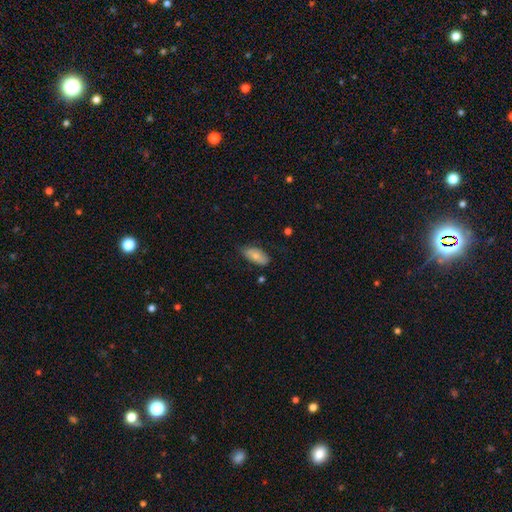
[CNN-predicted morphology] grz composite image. It shows a smooth galaxy with no disk features (72%) that is in between round and cigar-shaped (90%). Merging: none (67%).